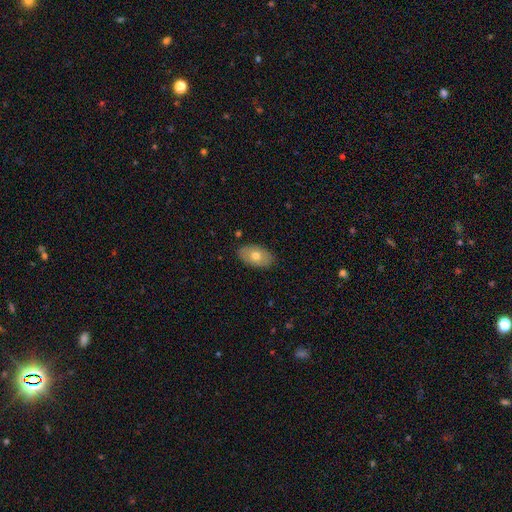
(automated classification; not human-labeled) Smooth or featured? Predicted: smooth (p=0.68). How rounded? Predicted: in between (p=0.92). Merging? Predicted: none (p=0.86).